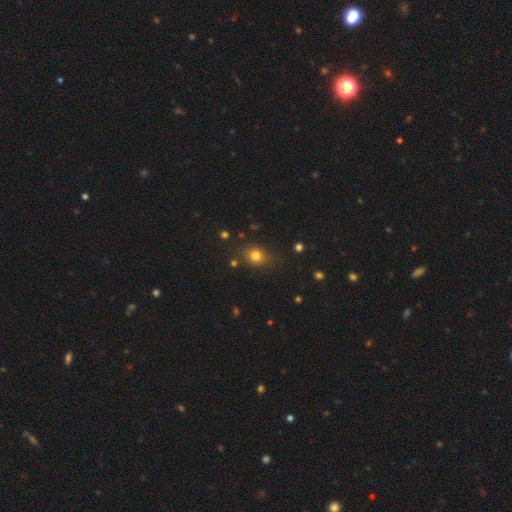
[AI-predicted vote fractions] A smooth galaxy with no disk features (77%) that is round (57%).

Vote fractions:
- Smooth or featured? smooth: 77% / star or artifact: 15% / featured or disk: 8%
- How rounded? round: 57% / in between: 42% / cigar-shaped: 1%
- Merging? none: 80% / minor disturbance: 13% / major disturbance: 4% / merger: 3%